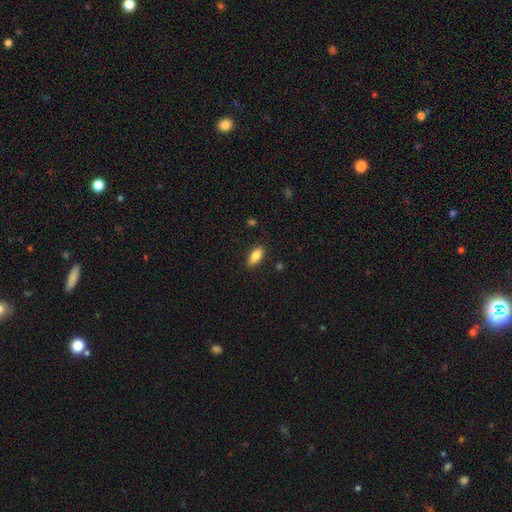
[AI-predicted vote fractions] Smooth or featured: smooth — 80% (featured or disk — 13%)
How rounded: in between — 85% (cigar-shaped — 12%)
Merging: none — 85% (minor disturbance — 11%)